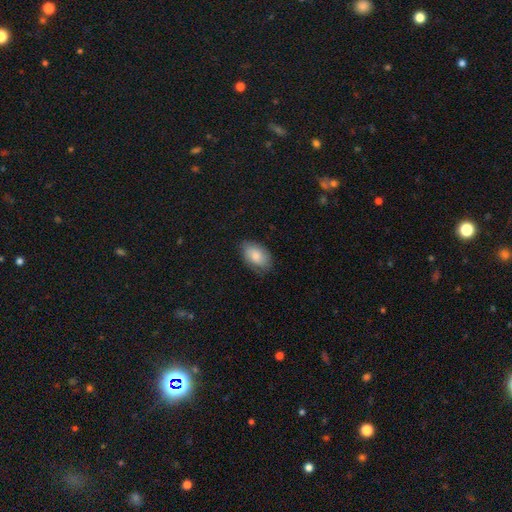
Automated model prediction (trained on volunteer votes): This is clearly a smooth galaxy (81%). How rounded: clearly in between (91%). Merging: likely none (78%).